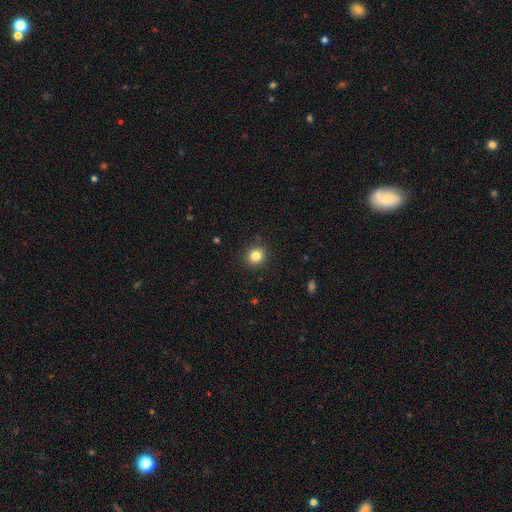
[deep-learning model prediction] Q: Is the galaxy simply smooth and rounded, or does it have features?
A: smooth — 83%.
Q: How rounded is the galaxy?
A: round — 90%.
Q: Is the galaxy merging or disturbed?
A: none — 90%.